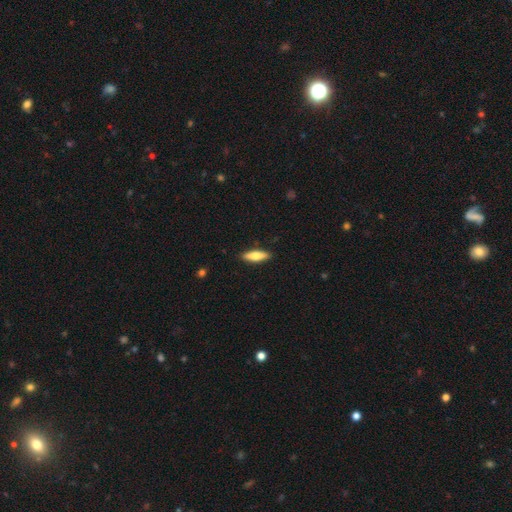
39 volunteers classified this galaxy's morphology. This is likely a smooth galaxy (74%). How rounded: possibly cigar-shaped (52%). Merging: clearly none (92%).